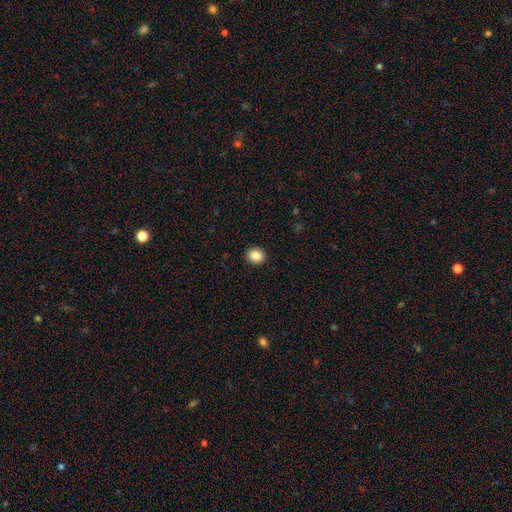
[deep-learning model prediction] A smooth galaxy with no disk features (85%) that is round (75%).

Vote fractions:
- Smooth or featured? smooth: 85% / star or artifact: 10% / featured or disk: 5%
- How rounded? round: 75% / in between: 24% / cigar-shaped: 1%
- Merging? none: 92% / minor disturbance: 5% / major disturbance: 2% / merger: 1%